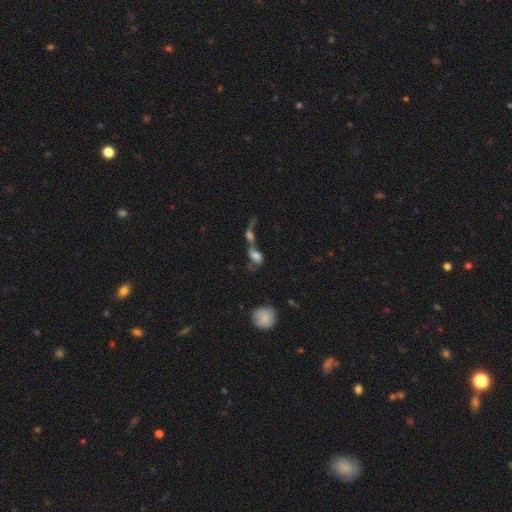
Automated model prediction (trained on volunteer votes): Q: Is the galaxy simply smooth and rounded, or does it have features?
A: smooth — 50%.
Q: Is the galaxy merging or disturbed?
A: merger — 66%.